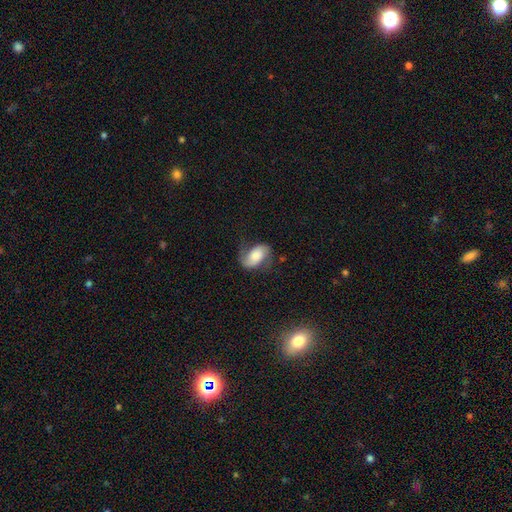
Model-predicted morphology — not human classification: The model was most divided on "bulge size": moderate: 34%, large: 33%, small: 16%, dominant: 9%, none: 8%. Remaining: edge-on disk — no (97%); spiral arms — yes (91%); spiral arm count — 2 (86%); merging — none (60%); smooth or featured — featured or disk (59%); bar — no (56%); spiral winding — loose (45%).